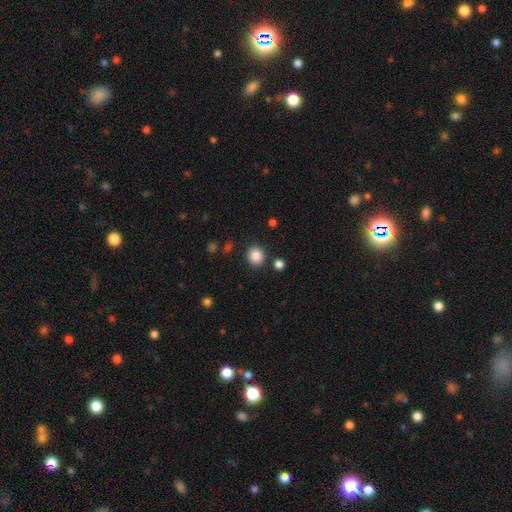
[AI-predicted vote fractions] Smooth or featured? Predicted: smooth (p=0.87). How rounded? Predicted: round (p=0.86). Merging? Predicted: none (p=0.86).